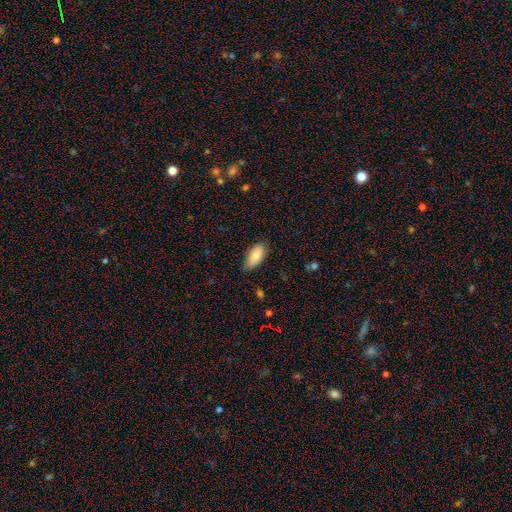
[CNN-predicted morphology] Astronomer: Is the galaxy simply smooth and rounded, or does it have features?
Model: smooth — 84%.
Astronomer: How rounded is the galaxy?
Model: in between — 90%.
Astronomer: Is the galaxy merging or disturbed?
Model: none — 74%.